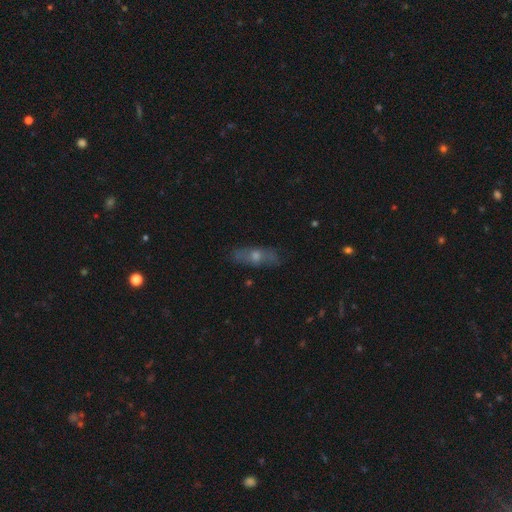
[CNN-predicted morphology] featured or disk 48%, smooth 39%, star or artifact 13%. Down the decision tree: merging — none (79%).